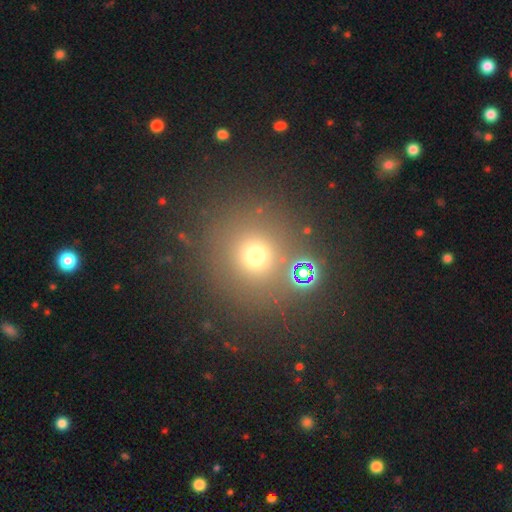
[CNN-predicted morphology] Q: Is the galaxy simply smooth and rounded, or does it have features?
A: smooth — 65%.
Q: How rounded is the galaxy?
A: round — 92%.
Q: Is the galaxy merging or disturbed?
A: none — 80%.